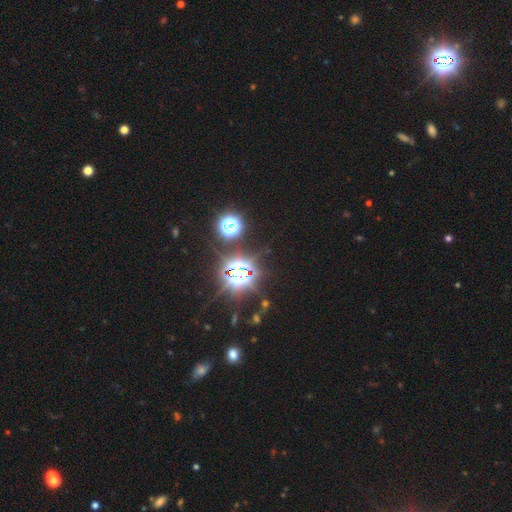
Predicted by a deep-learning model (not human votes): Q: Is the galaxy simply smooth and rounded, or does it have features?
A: star or artifact — 82%.